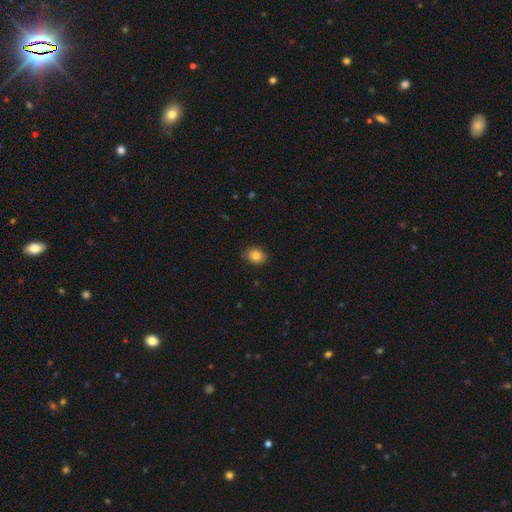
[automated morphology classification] smooth 84%, star or artifact 10%, featured or disk 6%. Down the decision tree: how rounded — round (54%); merging — none (86%).